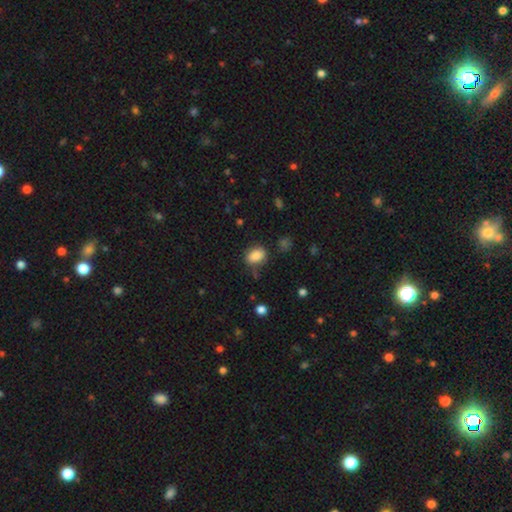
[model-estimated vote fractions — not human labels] A smooth galaxy with no disk features (85%) that is in between round and cigar-shaped (74%). Merging: none (75%).